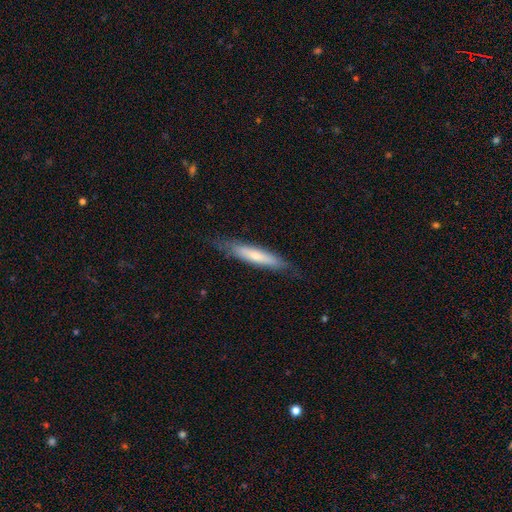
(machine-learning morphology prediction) Smooth or featured? smooth (61%)
How rounded? cigar-shaped (89%)
Merging? none (80%)